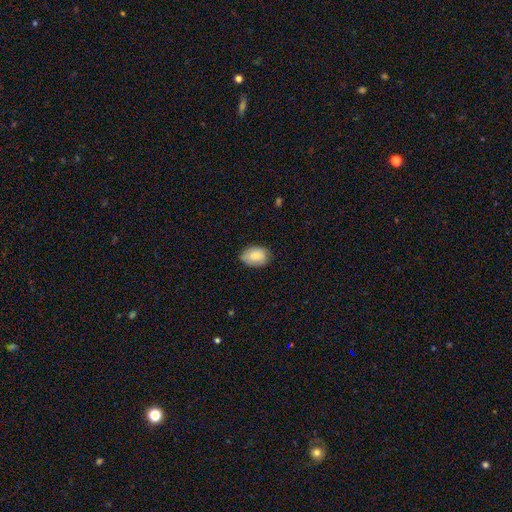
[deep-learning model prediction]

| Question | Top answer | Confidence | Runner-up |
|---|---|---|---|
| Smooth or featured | smooth | 81% | featured or disk (13%) |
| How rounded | in between | 83% | round (16%) |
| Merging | none | 78% | minor disturbance (18%) |